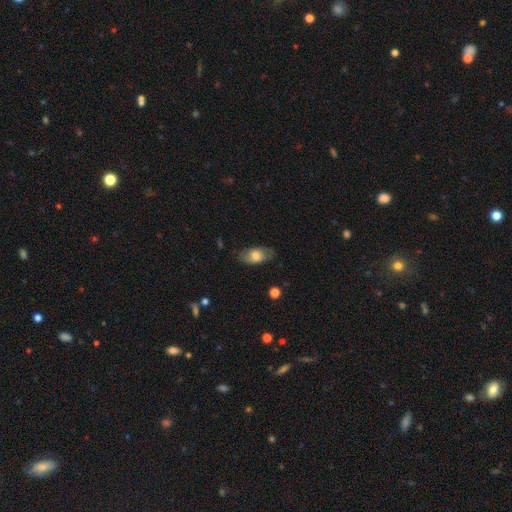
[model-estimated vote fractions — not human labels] A smooth galaxy with no disk features (62%) that is in between round and cigar-shaped (89%).

Vote fractions:
- Smooth or featured? smooth: 62% / featured or disk: 30% / star or artifact: 7%
- How rounded? in between: 89% / round: 6% / cigar-shaped: 5%
- Merging? none: 76% / minor disturbance: 18% / major disturbance: 5% / merger: 1%